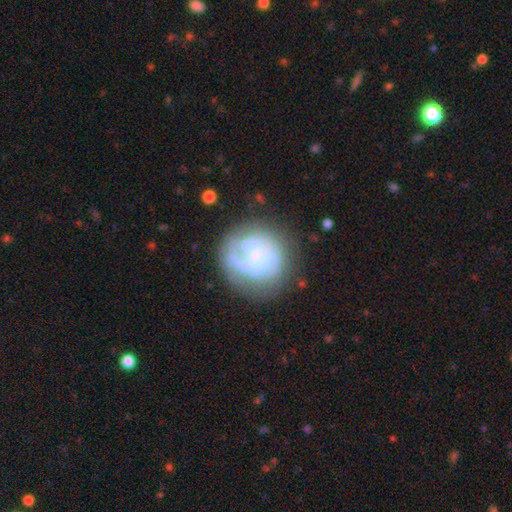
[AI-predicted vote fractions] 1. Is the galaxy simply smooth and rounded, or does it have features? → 71% featured or disk, 22% smooth, 7% star or artifact.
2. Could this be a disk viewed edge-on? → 98% no, 2% yes.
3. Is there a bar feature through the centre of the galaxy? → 59% no, 34% weak, 7% strong.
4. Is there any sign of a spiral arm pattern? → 84% yes, 16% no.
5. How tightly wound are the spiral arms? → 42% tight, 39% medium, 19% loose.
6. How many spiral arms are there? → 32% can't tell, 30% 2, 20% 3, 8% 1, 5% 4, 4% more than 4.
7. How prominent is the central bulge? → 62% small, 21% none, 13% moderate, 2% large, 1% dominant.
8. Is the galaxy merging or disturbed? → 66% none, 18% minor disturbance, 13% major disturbance, 3% merger.